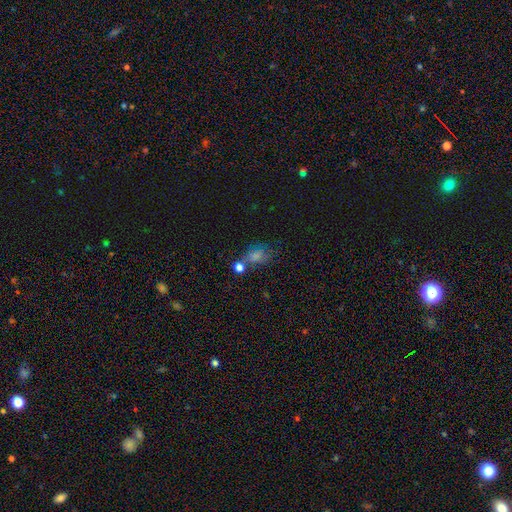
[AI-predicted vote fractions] smooth-or-featured: smooth: 64% | star or artifact: 20% | featured or disk: 16%
  how-rounded: in between: 63% | round: 35% | cigar-shaped: 2%
  merging: none: 41% | merger: 22% | minor disturbance: 20% | major disturbance: 17%